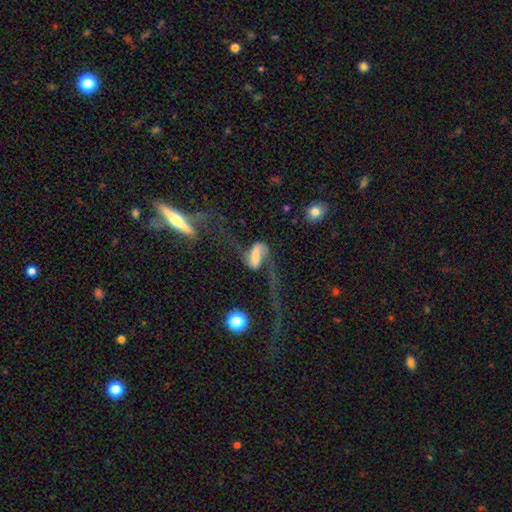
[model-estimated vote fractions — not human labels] A featured or disk galaxy (72%) with a strong bar (51%), 2 (86%) loose (84%) spiral arms (86%) and no central bulge (37%).

Vote fractions:
- Smooth or featured? featured or disk: 72% / smooth: 19% / star or artifact: 9%
- Edge-on disk? no: 94% / yes: 6%
- Bar? strong: 51% / weak: 32% / no: 17%
- Spiral arms? yes: 86% / no: 14%
- Spiral winding? loose: 84% / medium: 12% / tight: 4%
- Spiral arm count? 2: 86% / 1: 9% / can't tell: 2% / 3: 1% / 4: 1% / more than 4: 1%
- Bulge size? none: 37% / moderate: 20% / large: 18% / small: 18% / dominant: 7%
- Merging? major disturbance: 43% / none: 33% / minor disturbance: 13% / merger: 11%